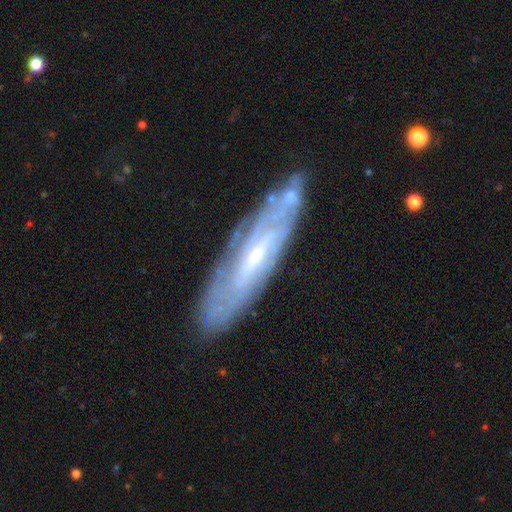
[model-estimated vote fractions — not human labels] Overall: featured or disk (78%). Edge-on disk: no (70%). Bar: no (46%; weak 39%). Spiral arms: yes (83%). Bulge size: small (71%). Merging: none (78%).